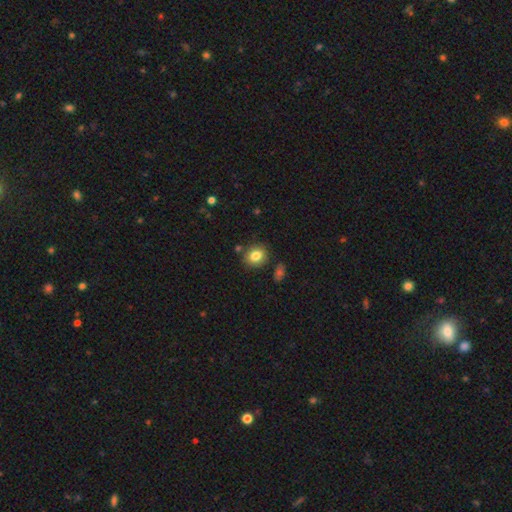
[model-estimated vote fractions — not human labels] Smooth or featured? smooth (82%)
How rounded? round (61%)
Merging? none (82%)